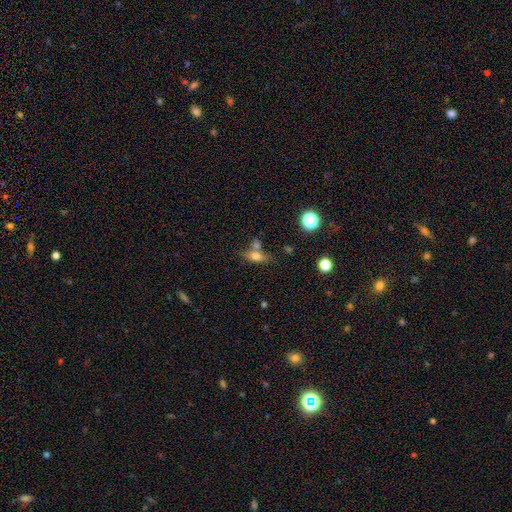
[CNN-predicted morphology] A smooth galaxy with no disk features (64%) that is in between round and cigar-shaped (63%).

Vote fractions:
- Smooth or featured? smooth: 64% / featured or disk: 23% / star or artifact: 13%
- How rounded? in between: 63% / cigar-shaped: 28% / round: 10%
- Merging? none: 52% / merger: 29% / minor disturbance: 14% / major disturbance: 6%